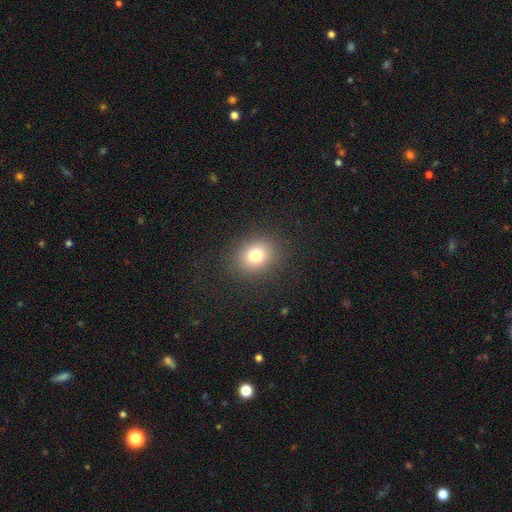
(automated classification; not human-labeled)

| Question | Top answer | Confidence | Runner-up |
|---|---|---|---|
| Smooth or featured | smooth | 77% | star or artifact (14%) |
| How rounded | round | 66% | in between (33%) |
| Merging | none | 88% | minor disturbance (8%) |